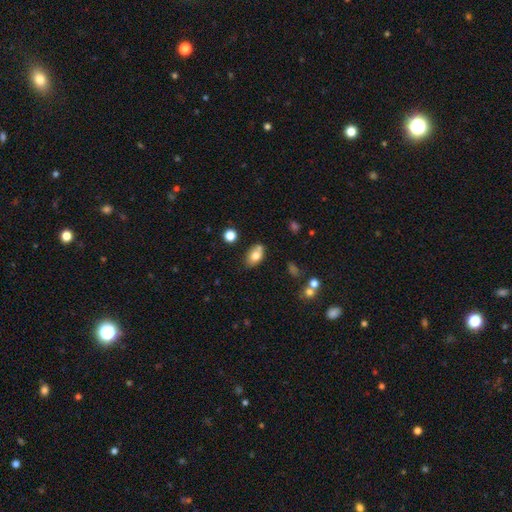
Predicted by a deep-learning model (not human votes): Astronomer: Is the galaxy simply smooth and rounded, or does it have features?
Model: smooth — 77%.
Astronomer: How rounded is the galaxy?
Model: in between — 86%.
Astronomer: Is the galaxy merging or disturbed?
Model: none — 63%.